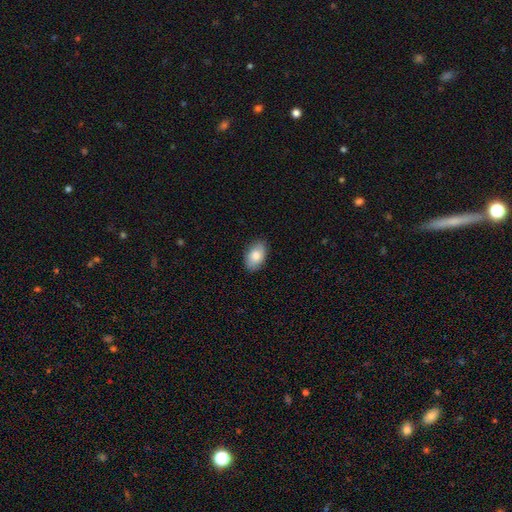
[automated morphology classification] Smooth or featured? smooth (82%)
How rounded? in between (91%)
Merging? none (85%)